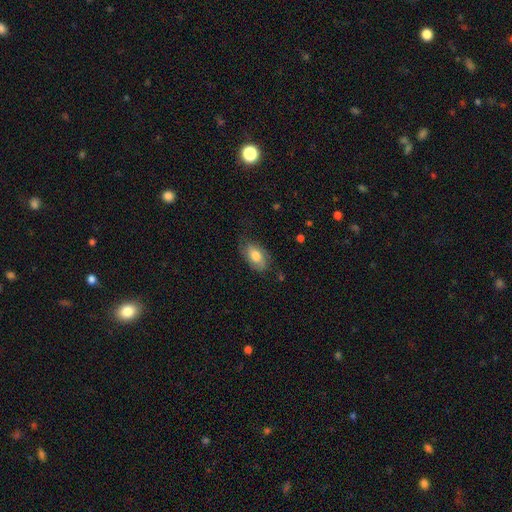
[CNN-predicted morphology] Smooth or featured: smooth — 68% (featured or disk — 25%)
How rounded: in between — 91% (round — 6%)
Merging: none — 67% (minor disturbance — 24%)